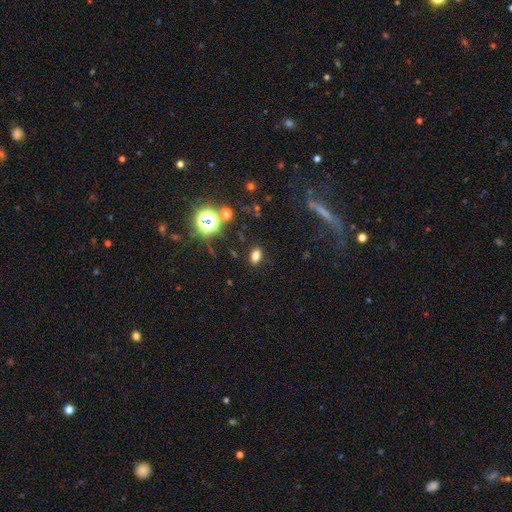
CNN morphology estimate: Smooth or featured? smooth (73%)
How rounded? in between (79%)
Merging? none (86%)